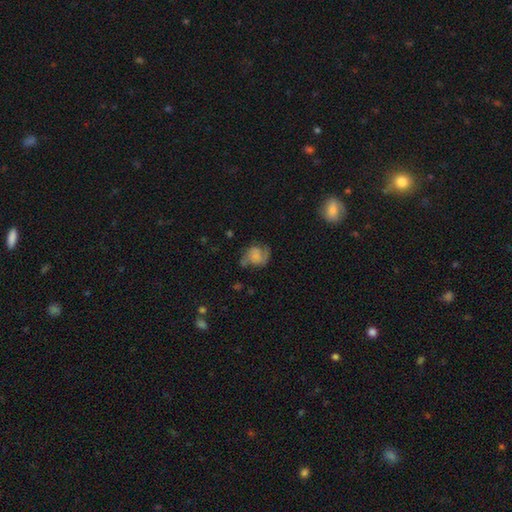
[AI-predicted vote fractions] Morphology: type=featured or disk (49%); merging=none (48%).